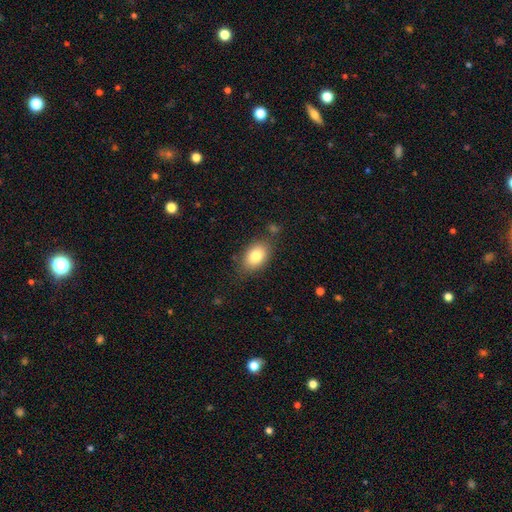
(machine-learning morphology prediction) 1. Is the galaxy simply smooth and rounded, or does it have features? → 82% smooth, 10% featured or disk, 8% star or artifact.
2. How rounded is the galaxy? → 86% in between, 13% round, 1% cigar-shaped.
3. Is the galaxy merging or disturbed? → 78% none, 15% minor disturbance, 4% major disturbance, 3% merger.